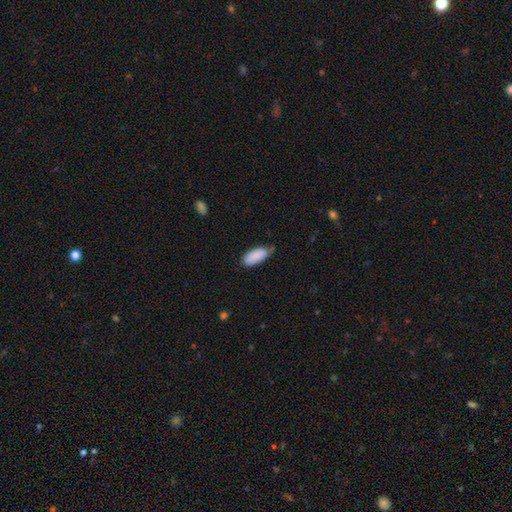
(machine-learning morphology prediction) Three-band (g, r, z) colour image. It shows a smooth galaxy with no disk features (88%) that is in between round and cigar-shaped (86%). Merging: none (54%).